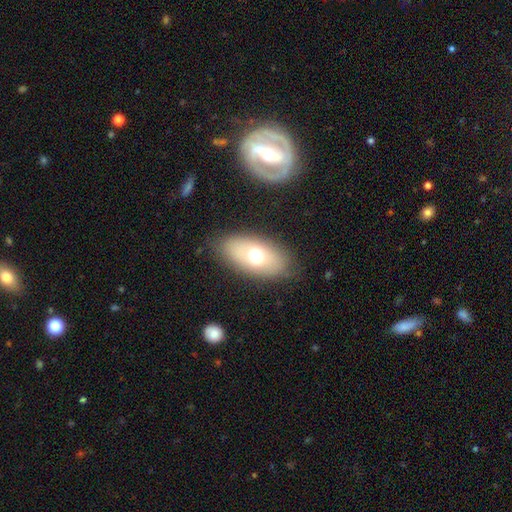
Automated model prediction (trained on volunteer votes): This appears to be a smooth galaxy with no disk features (65%) that is in between round and cigar-shaped (87%). Merging: none (82%).